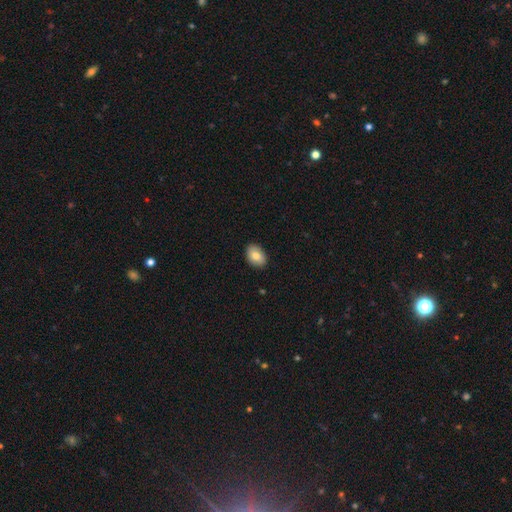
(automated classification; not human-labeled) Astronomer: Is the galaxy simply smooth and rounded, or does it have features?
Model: smooth — 80%.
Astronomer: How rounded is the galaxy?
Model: in between — 83%.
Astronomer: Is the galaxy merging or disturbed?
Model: none — 89%.